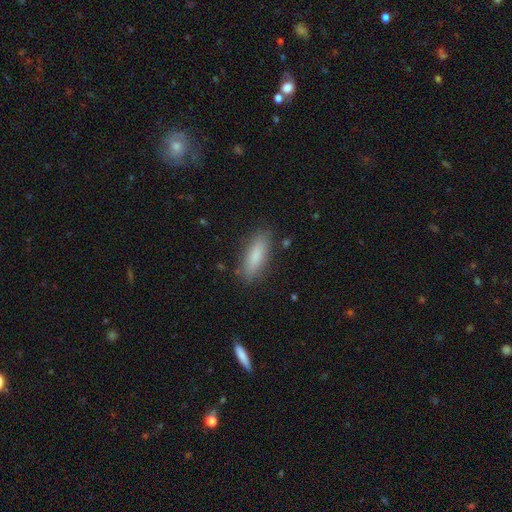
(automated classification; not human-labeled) Q: Smooth or featured?
A: smooth (82%); runner-up: featured or disk (11%)
Q: How rounded?
A: in between (51%); runner-up: cigar-shaped (47%)
Q: Merging?
A: none (84%); runner-up: minor disturbance (11%)